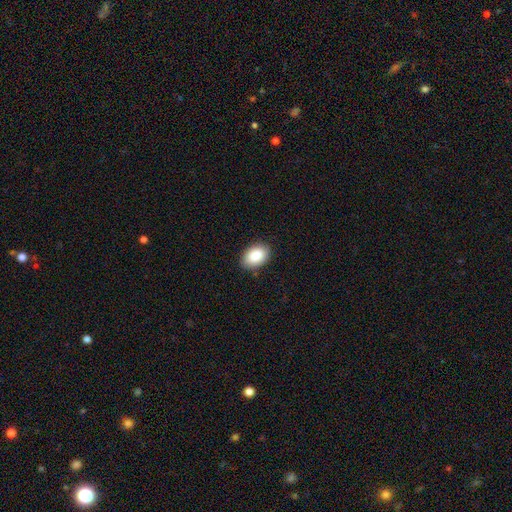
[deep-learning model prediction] This is clearly a smooth galaxy (89%). How rounded: clearly in between (88%). Merging: clearly none (85%).